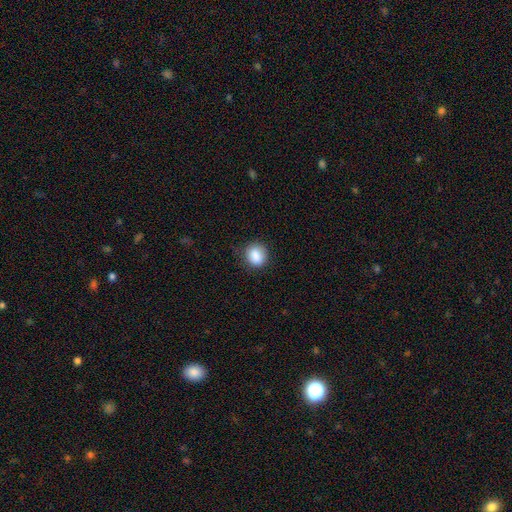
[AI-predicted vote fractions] Smooth or featured: smooth — 87% (star or artifact — 9%)
How rounded: round — 73% (in between — 25%)
Merging: none — 82% (minor disturbance — 14%)